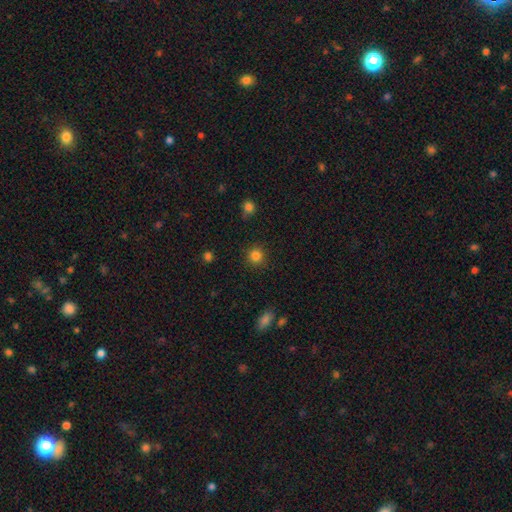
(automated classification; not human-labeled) A smooth galaxy with no disk features (84%) that is round (93%). Merging: none (90%).